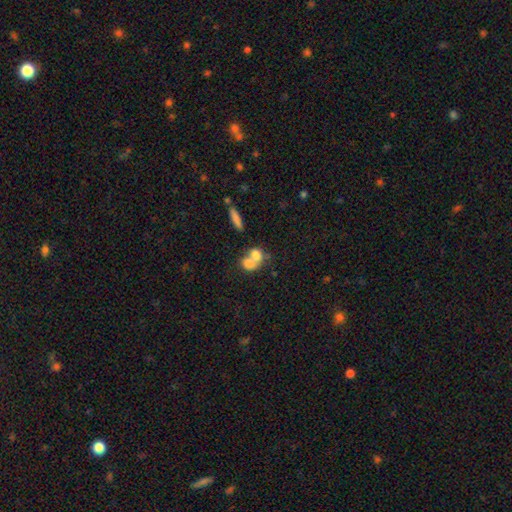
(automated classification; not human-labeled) A smooth galaxy with no disk features (72%) that is in between round and cigar-shaped (57%). Merging: merger (67%).